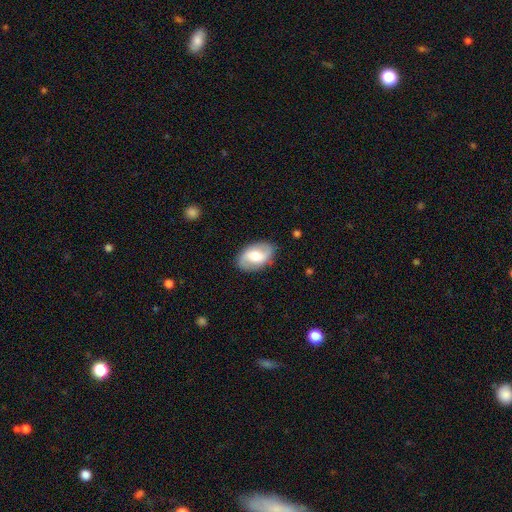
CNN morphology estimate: Smooth or featured? Predicted: featured or disk (p=0.59). Edge-on disk? Predicted: no (p=0.95). Bar? Predicted: weak (p=0.46). Spiral arms? Predicted: yes (p=0.81). Bulge size? Predicted: moderate (p=0.52). Merging? Predicted: none (p=0.84).